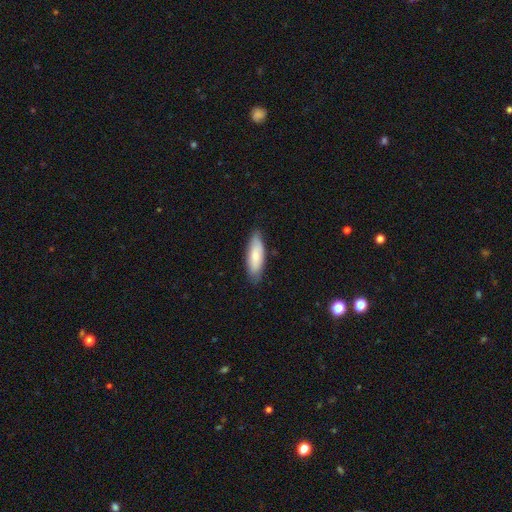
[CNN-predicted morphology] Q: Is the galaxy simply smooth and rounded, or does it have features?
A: smooth — 75%.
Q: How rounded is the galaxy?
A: in between — 57%.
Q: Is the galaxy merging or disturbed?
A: none — 81%.